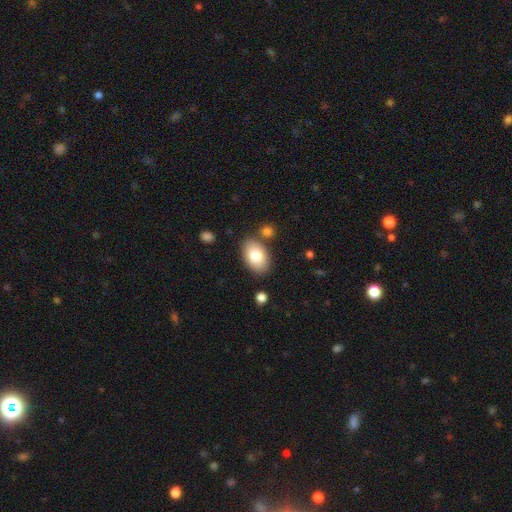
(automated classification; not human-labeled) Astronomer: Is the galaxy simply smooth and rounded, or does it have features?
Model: smooth — 81%.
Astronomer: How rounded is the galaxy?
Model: in between — 92%.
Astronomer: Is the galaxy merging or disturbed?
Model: none — 80%.